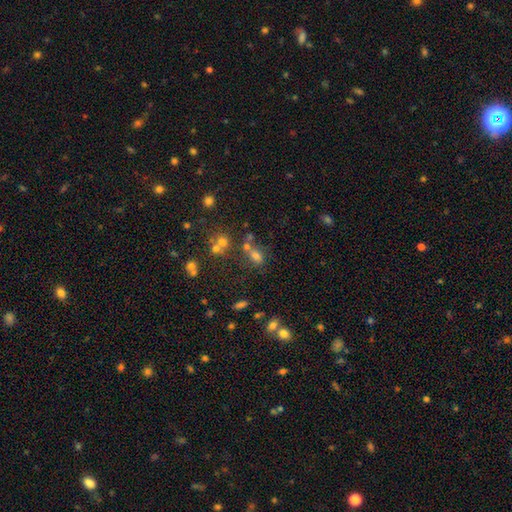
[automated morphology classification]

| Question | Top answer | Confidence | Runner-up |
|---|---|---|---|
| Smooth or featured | smooth | 63% | star or artifact (22%) |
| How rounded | in between | 67% | round (29%) |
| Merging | none | 49% | merger (28%) |